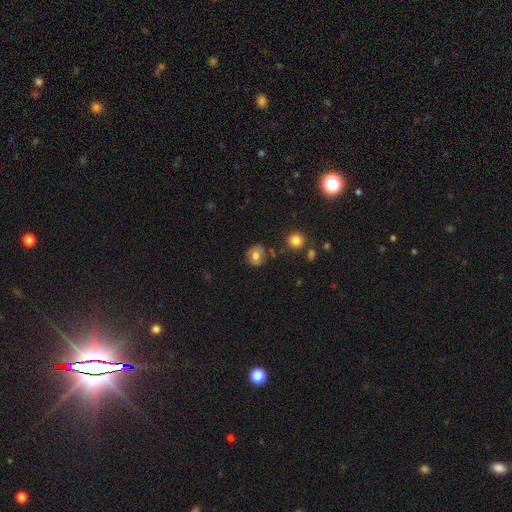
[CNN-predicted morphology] smooth_or_featured: smooth (p=0.72) [alt: featured or disk p=0.17]
how_rounded: round (p=0.82) [alt: in between p=0.17]
merging: none (p=0.76) [alt: minor disturbance p=0.16]